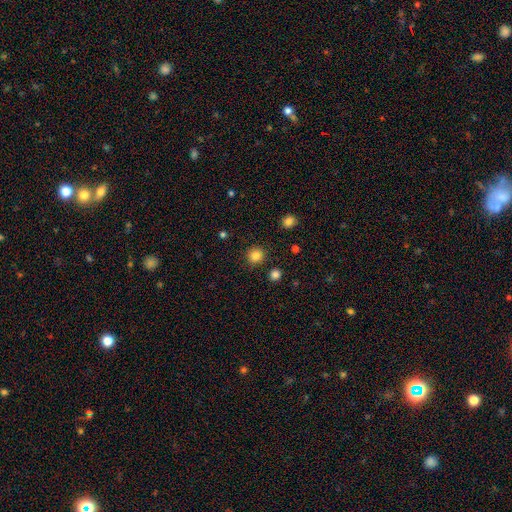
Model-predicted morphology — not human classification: A smooth galaxy with no disk features (84%) that is round (91%).

Vote fractions:
- Smooth or featured? smooth: 84% / star or artifact: 12% / featured or disk: 4%
- How rounded? round: 91% / in between: 8% / cigar-shaped: 1%
- Merging? none: 89% / minor disturbance: 6% / merger: 2% / major disturbance: 2%